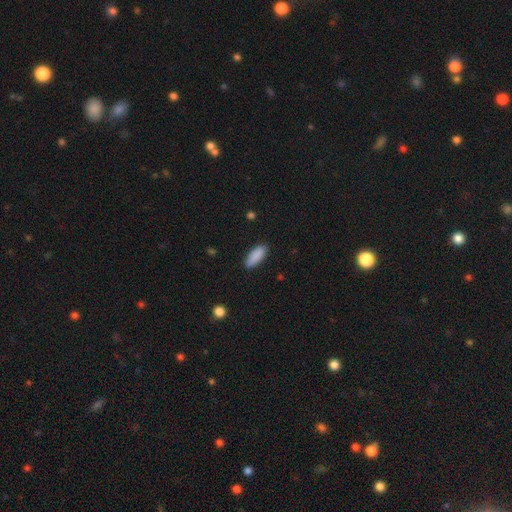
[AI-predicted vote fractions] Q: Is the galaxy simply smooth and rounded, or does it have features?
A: smooth — 90%.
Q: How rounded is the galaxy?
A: in between — 77%.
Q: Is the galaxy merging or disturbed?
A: none — 87%.